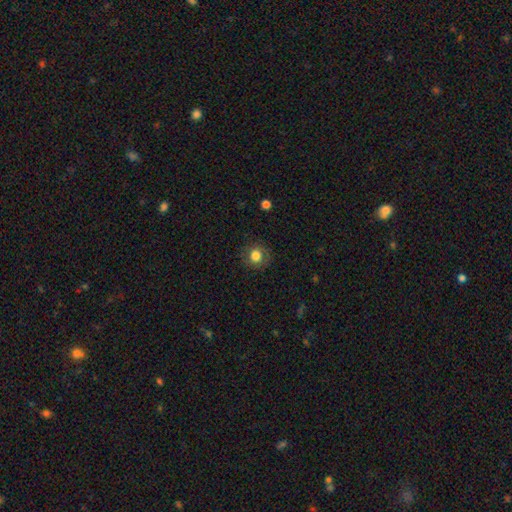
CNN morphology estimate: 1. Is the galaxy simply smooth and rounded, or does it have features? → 80% smooth, 11% star or artifact, 9% featured or disk.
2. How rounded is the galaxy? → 89% round, 10% in between, 1% cigar-shaped.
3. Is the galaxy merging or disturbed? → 84% none, 11% minor disturbance, 4% major disturbance, 1% merger.